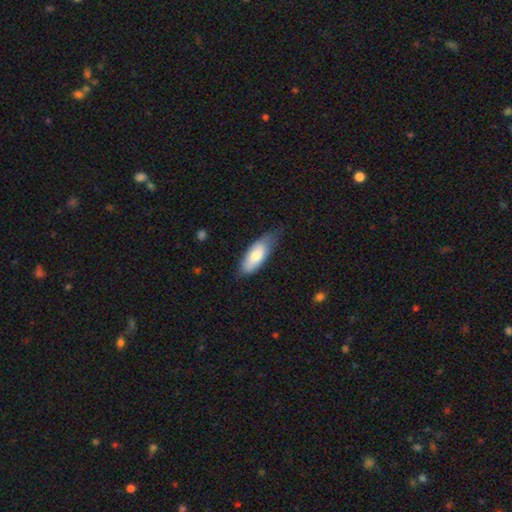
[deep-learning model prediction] Q: Smooth or featured?
A: smooth (75%); runner-up: featured or disk (19%)
Q: How rounded?
A: in between (82%); runner-up: cigar-shaped (16%)
Q: Merging?
A: none (57%); runner-up: minor disturbance (34%)